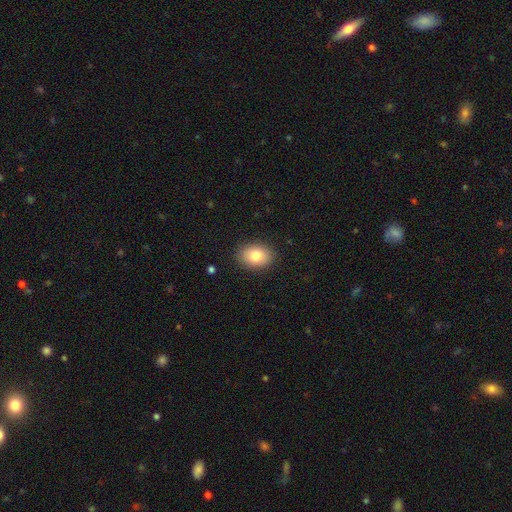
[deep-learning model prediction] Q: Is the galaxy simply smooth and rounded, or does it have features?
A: smooth — 83%.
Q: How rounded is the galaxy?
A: in between — 76%.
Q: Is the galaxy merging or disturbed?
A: none — 88%.